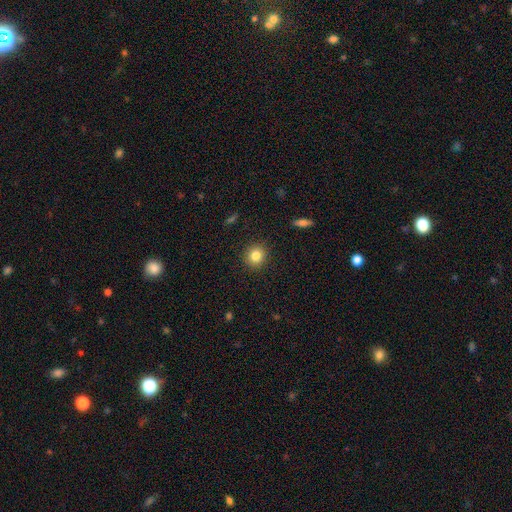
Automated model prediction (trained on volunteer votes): The model was most divided on "smooth or featured": smooth: 83%, star or artifact: 10%, featured or disk: 7%. More confident: merging — none (91%); how rounded — round (88%).